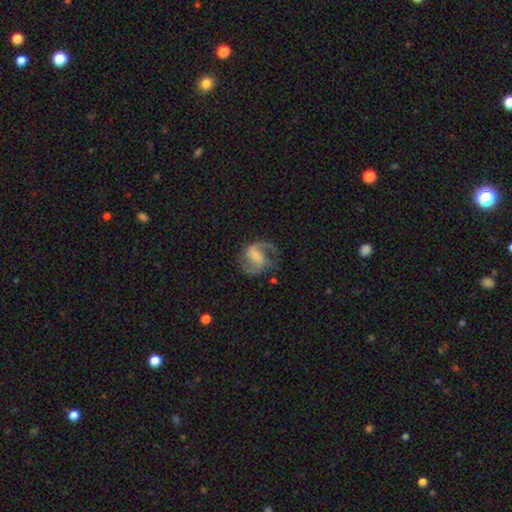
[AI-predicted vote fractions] Morphology: type=featured or disk (84%); edge-on=no (98%); bar=weak (49%); spiral arms=yes (96%); winding=medium (54%); arm count=2 (86%); bulge=none (35%); merging=none (65%).